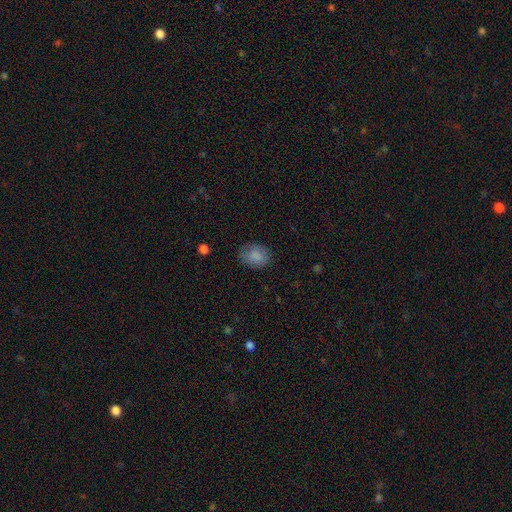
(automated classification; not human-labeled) Smooth or featured?
  - smooth: 83% *
  - star or artifact: 9%
  - featured or disk: 7%
How rounded?
  - in between: 60% *
  - round: 39%
  - cigar-shaped: 1%
Merging?
  - none: 74% *
  - minor disturbance: 19%
  - major disturbance: 6%
  - merger: 1%